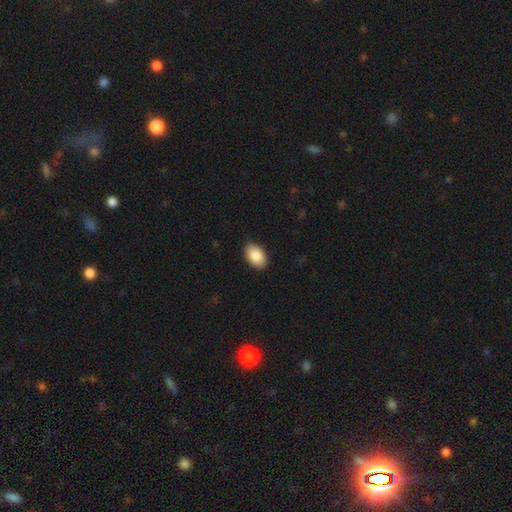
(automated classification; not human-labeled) Q: Smooth or featured?
A: smooth (86%); runner-up: featured or disk (7%)
Q: How rounded?
A: in between (91%); runner-up: round (8%)
Q: Merging?
A: none (87%); runner-up: minor disturbance (10%)